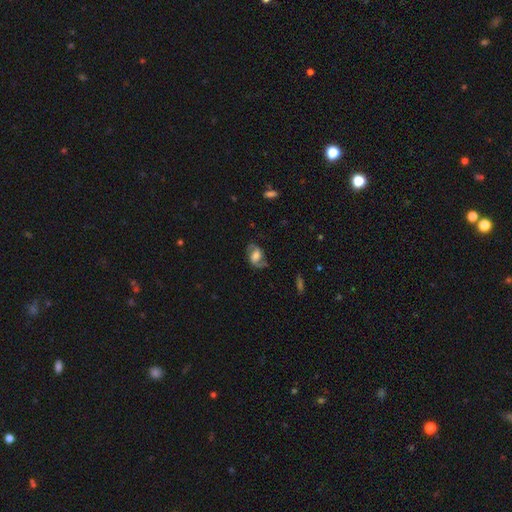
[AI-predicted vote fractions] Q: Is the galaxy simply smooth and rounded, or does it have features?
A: featured or disk — 71%.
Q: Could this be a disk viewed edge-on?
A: no — 96%.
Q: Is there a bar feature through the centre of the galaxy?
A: weak — 44%.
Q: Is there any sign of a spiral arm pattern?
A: yes — 91%.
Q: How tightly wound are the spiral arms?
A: medium — 46%.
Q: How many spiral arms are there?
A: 2 — 88%.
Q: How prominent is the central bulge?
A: moderate — 36%.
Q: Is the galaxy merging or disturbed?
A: none — 69%.